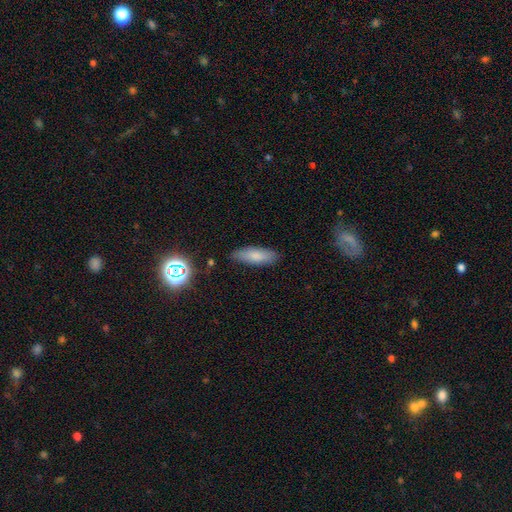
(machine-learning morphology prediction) Overall: smooth (79%). How rounded: in between (58%; cigar-shaped 40%). Merging: none (85%).